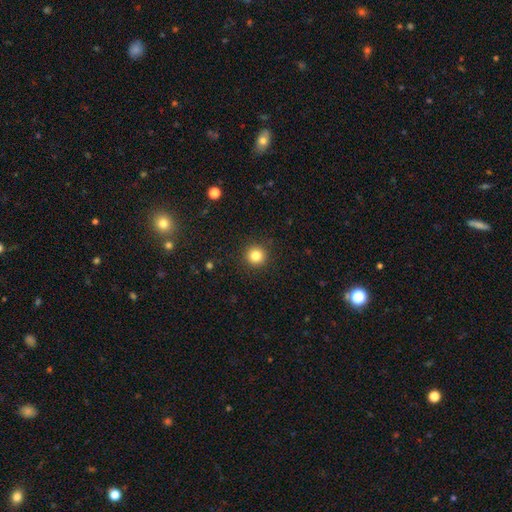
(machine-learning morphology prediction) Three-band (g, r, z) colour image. It shows a smooth galaxy with no disk features (83%) that is round (95%). Merging: none (92%).